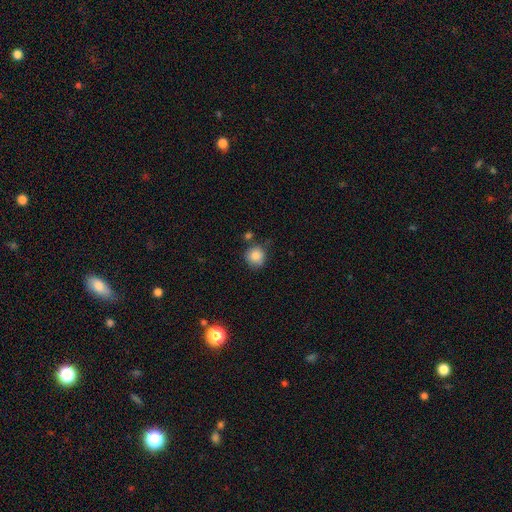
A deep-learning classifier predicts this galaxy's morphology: A smooth galaxy with no disk features (85%) that is round (90%).

Vote fractions:
- Smooth or featured? smooth: 85% / star or artifact: 9% / featured or disk: 6%
- How rounded? round: 90% / in between: 9% / cigar-shaped: 1%
- Merging? none: 71% / minor disturbance: 18% / merger: 7% / major disturbance: 4%